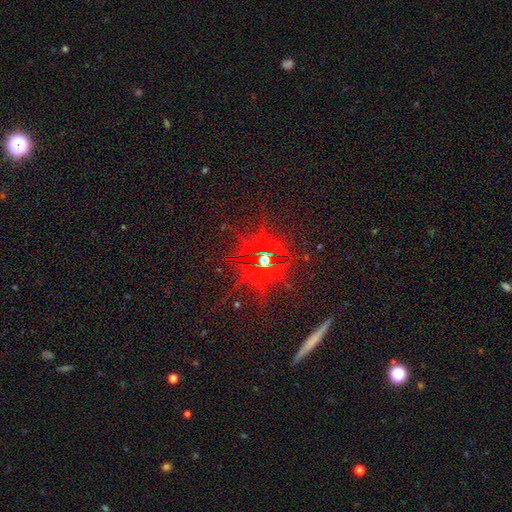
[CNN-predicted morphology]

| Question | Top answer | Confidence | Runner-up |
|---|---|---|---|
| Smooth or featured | star or artifact | 83% | featured or disk (10%) |